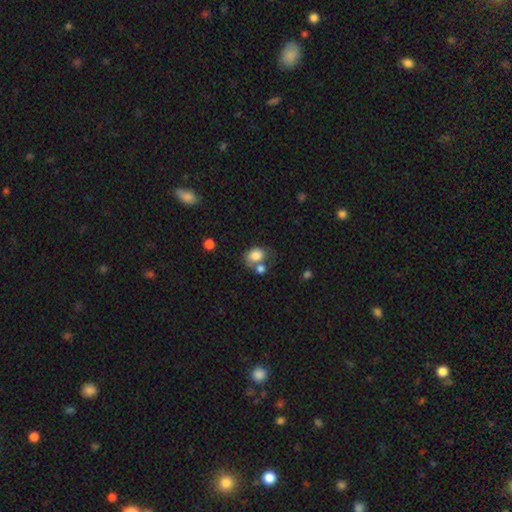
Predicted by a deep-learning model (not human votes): Smooth or featured? smooth (81%)
How rounded? in between (53%)
Merging? none (41%)